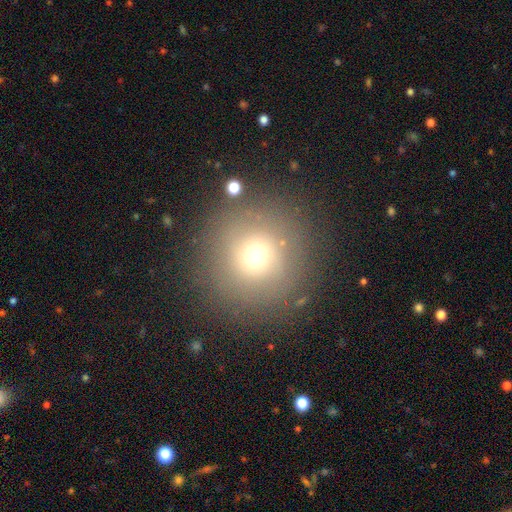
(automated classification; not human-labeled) Smooth or featured: smooth — 66% (star or artifact — 19%)
How rounded: round — 96% (in between — 3%)
Merging: none — 86% (minor disturbance — 8%)